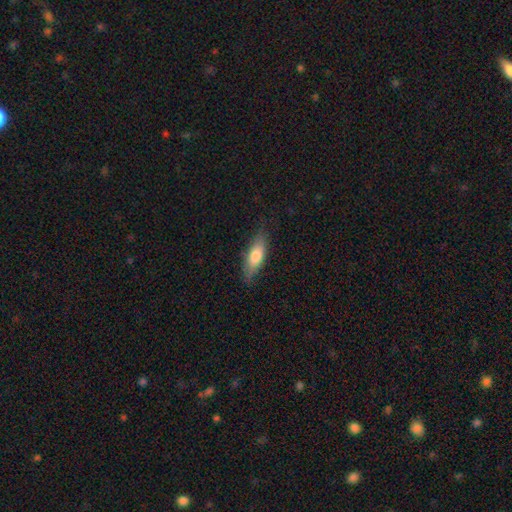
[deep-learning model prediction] Smooth or featured? smooth (72%)
How rounded? in between (64%)
Merging? none (77%)